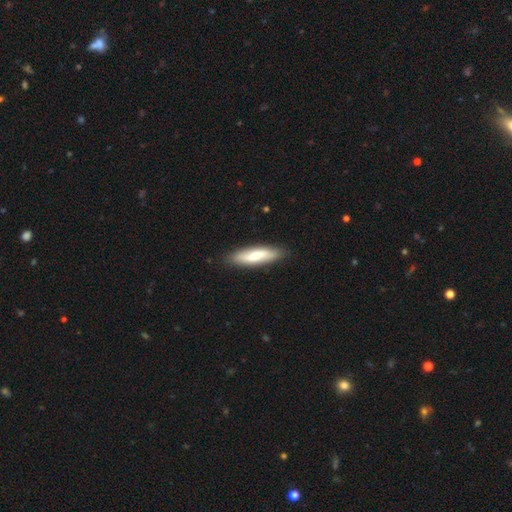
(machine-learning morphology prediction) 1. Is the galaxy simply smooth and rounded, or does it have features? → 64% smooth, 31% featured or disk, 5% star or artifact.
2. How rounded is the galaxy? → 63% cigar-shaped, 35% in between, 2% round.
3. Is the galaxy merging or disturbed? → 87% none, 10% minor disturbance, 2% major disturbance, 1% merger.